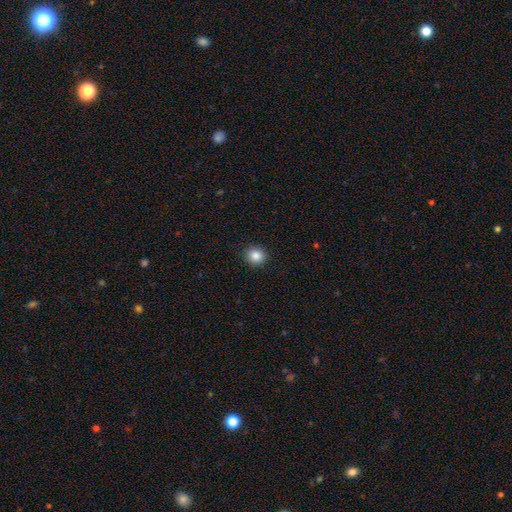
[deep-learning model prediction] This appears to be a smooth galaxy with no disk features (86%) that is round (85%). Merging: none (91%).